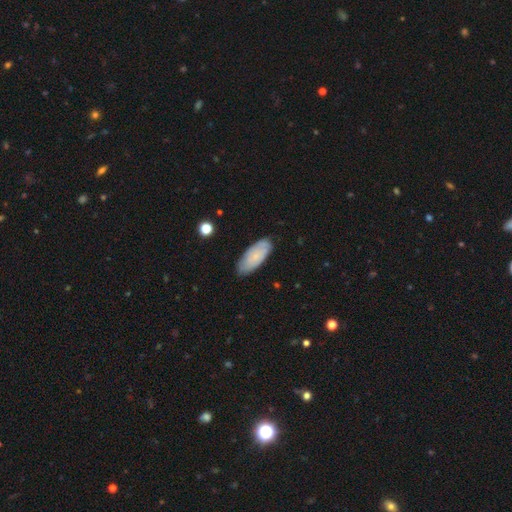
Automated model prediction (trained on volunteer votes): The model was most divided on "smooth or featured": smooth: 63%, featured or disk: 30%, star or artifact: 7%. More confident: how rounded — in between (84%); merging — none (79%).